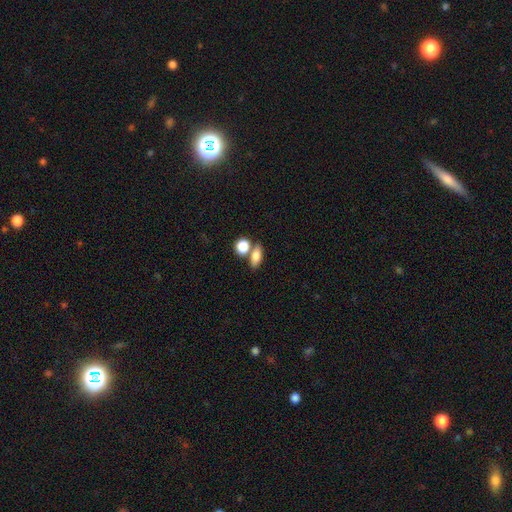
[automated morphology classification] smooth-or-featured: smooth: 81% | featured or disk: 11% | star or artifact: 9%
  how-rounded: in between: 73% | round: 18% | cigar-shaped: 8%
  merging: none: 52% | merger: 34% | minor disturbance: 10% | major disturbance: 4%